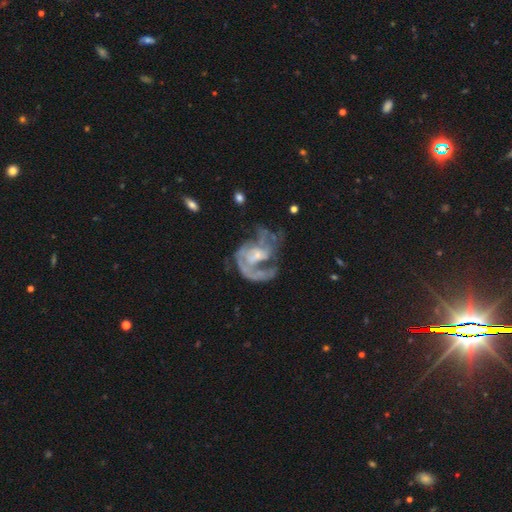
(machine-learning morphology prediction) Smooth or featured?
  - featured or disk: 82% *
  - smooth: 11%
  - star or artifact: 8%
Edge-on disk?
  - no: 98% *
  - yes: 2%
Bar?
  - no: 60% *
  - weak: 32%
  - strong: 8%
Spiral arms?
  - yes: 79% *
  - no: 21%
Spiral winding?
  - medium: 43% *
  - tight: 29%
  - loose: 28%
Spiral arm count?
  - 2: 31% *
  - can't tell: 27%
  - 1: 20%
  - 3: 14%
  - 4: 5%
  - more than 4: 4%
Bulge size?
  - small: 52% *
  - moderate: 30%
  - none: 12%
  - large: 4%
  - dominant: 1%
Merging?
  - major disturbance: 44% *
  - none: 32%
  - minor disturbance: 15%
  - merger: 9%